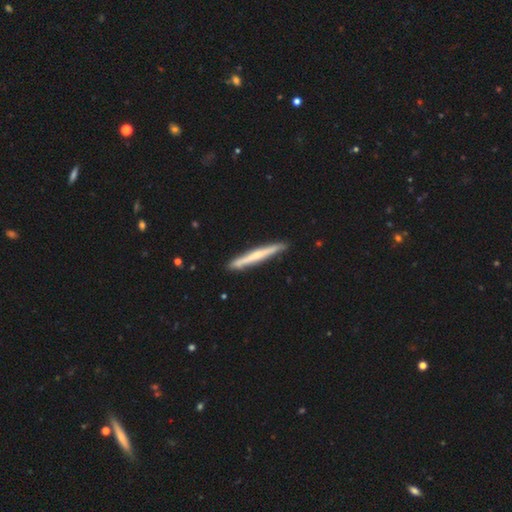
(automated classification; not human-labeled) This appears to be a featured or disk galaxy (52%) viewed edge-on (96%). Merging: none (88%).